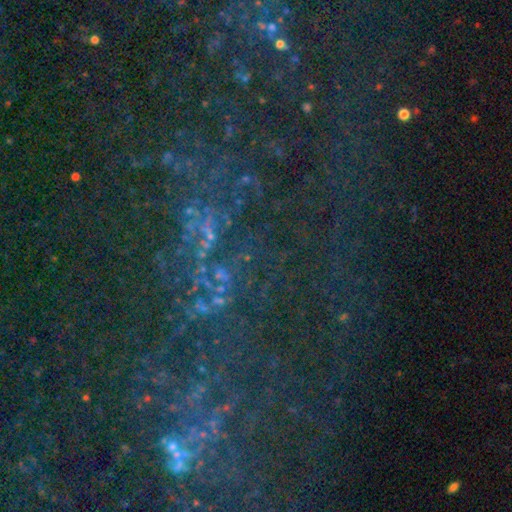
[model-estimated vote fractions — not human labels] Overall: star or artifact (77%).